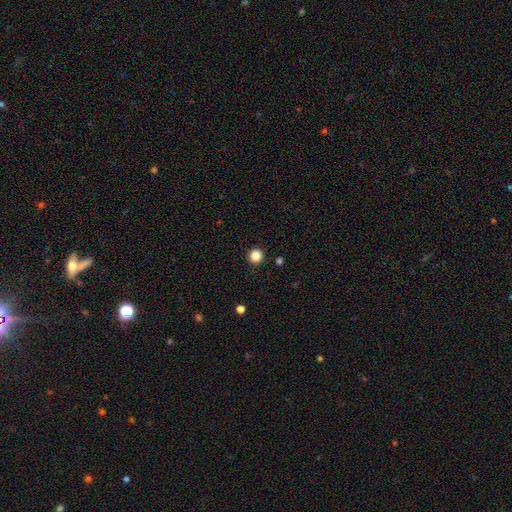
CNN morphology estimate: The model was most divided on "smooth or featured": smooth: 86%, star or artifact: 11%, featured or disk: 3%. More confident: how rounded — round (94%); merging — none (92%).